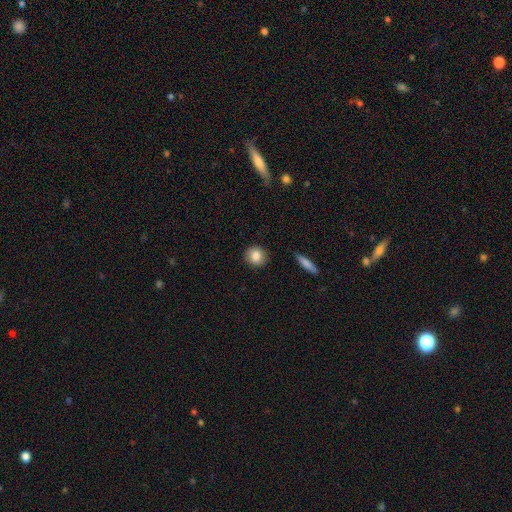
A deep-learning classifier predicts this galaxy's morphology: The model was most divided on "how rounded": round: 86%, in between: 13%, cigar-shaped: 1%. More confident: merging — none (90%); smooth or featured — smooth (84%).